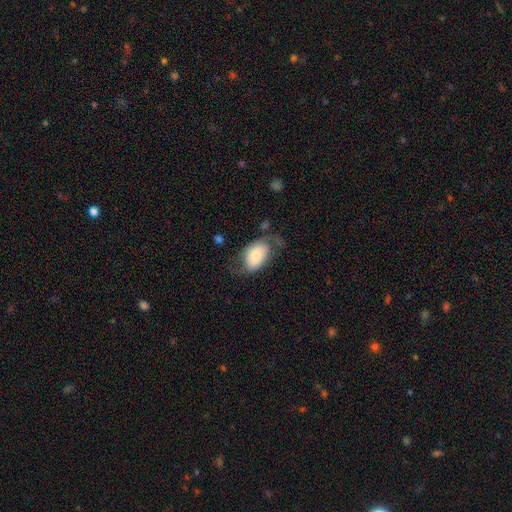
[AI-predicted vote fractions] Q: Smooth or featured?
A: smooth (56%); runner-up: featured or disk (37%)
Q: How rounded?
A: in between (86%); runner-up: round (13%)
Q: Merging?
A: none (44%); runner-up: minor disturbance (28%)